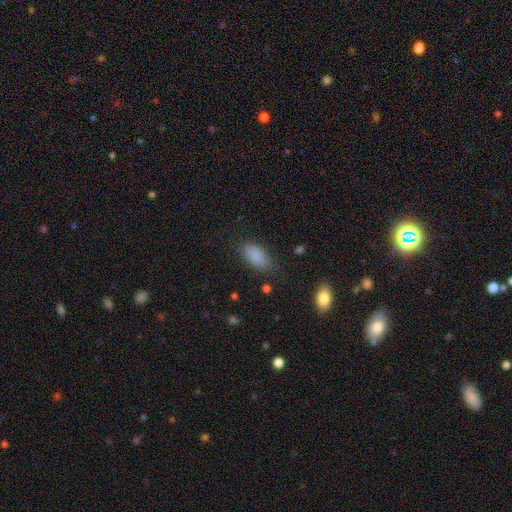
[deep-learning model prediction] This is clearly a smooth galaxy (86%). How rounded: clearly in between (92%). Merging: likely none (78%).